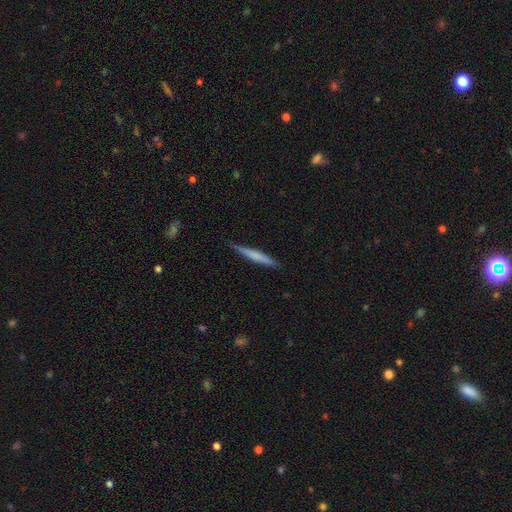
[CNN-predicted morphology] Q: Smooth or featured?
A: smooth (63%); runner-up: featured or disk (32%)
Q: How rounded?
A: cigar-shaped (96%); runner-up: in between (3%)
Q: Merging?
A: none (86%); runner-up: minor disturbance (11%)